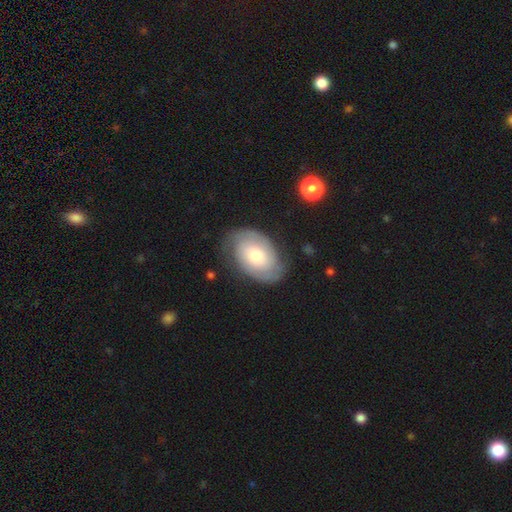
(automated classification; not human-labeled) Smooth or featured? Predicted: featured or disk (p=0.63). Edge-on disk? Predicted: no (p=0.96). Bar? Predicted: no (p=0.73). Spiral arms? Predicted: yes (p=0.85). Spiral winding? Predicted: tight (p=0.57). Spiral arm count? Predicted: 2 (p=0.76). Bulge size? Predicted: moderate (p=0.61). Merging? Predicted: none (p=0.75).